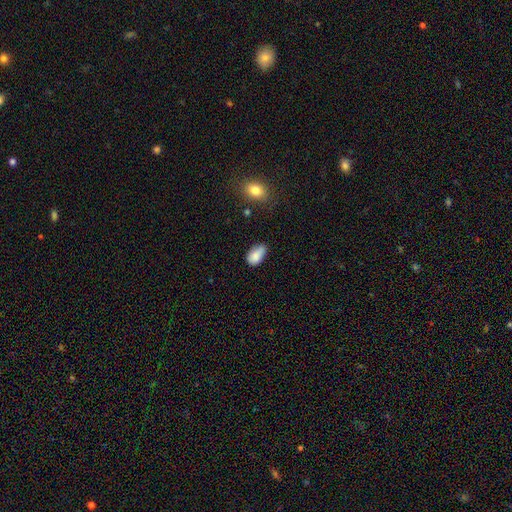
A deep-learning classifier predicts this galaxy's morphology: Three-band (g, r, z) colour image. It shows a smooth galaxy with no disk features (84%) that is in between round and cigar-shaped (91%). Merging: none (48%).